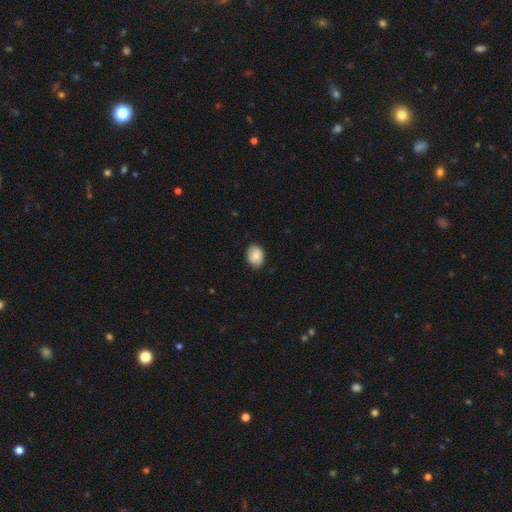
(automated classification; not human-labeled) smooth 86%, star or artifact 7%, featured or disk 7%. Down the decision tree: how rounded — in between (60%); merging — none (83%).